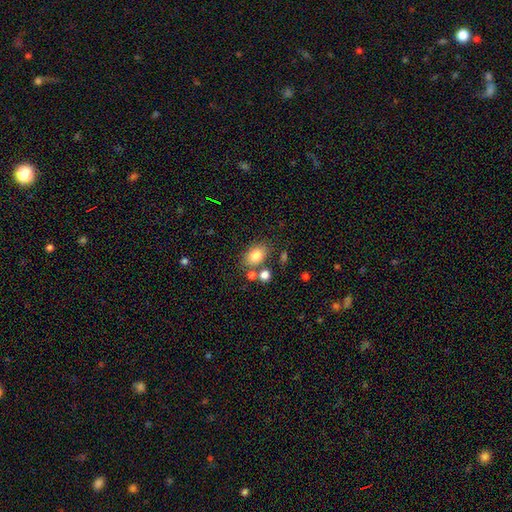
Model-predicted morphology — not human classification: smooth 80%, star or artifact 10%, featured or disk 10%. Down the decision tree: how rounded — in between (75%); merging — none (69%).